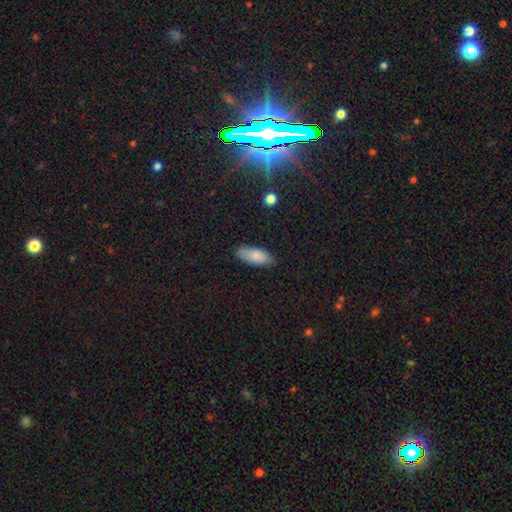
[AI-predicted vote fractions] Overall: smooth (81%). How rounded: in between (82%). Merging: none (81%).